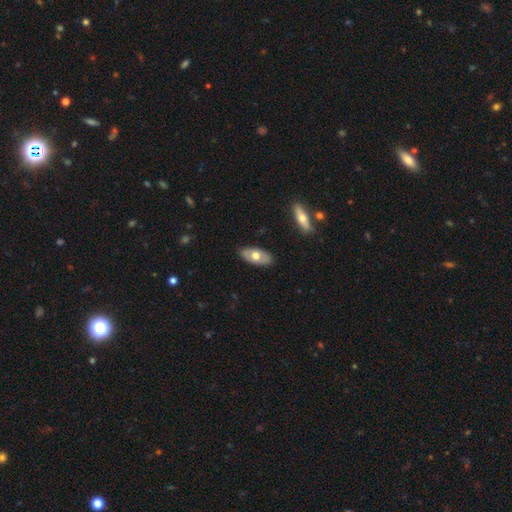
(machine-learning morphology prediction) A smooth galaxy with no disk features (57%) that is in between round and cigar-shaped (90%).

Vote fractions:
- Smooth or featured? smooth: 57% / featured or disk: 37% / star or artifact: 5%
- How rounded? in between: 90% / cigar-shaped: 7% / round: 3%
- Merging? none: 86% / minor disturbance: 11% / major disturbance: 2% / merger: 1%